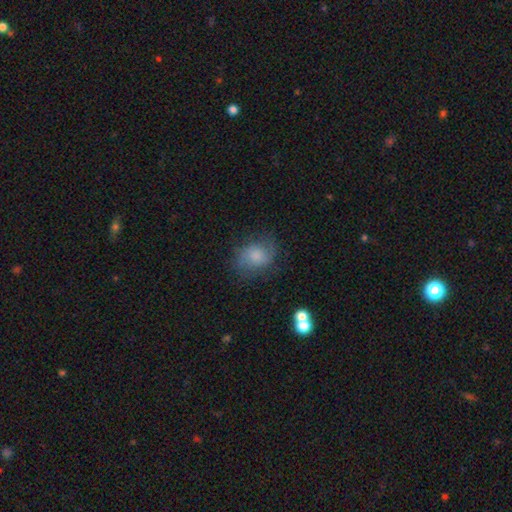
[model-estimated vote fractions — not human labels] Overall: smooth (64%; featured or disk 26%). How rounded: in between (51%; round 48%). Merging: none (64%).